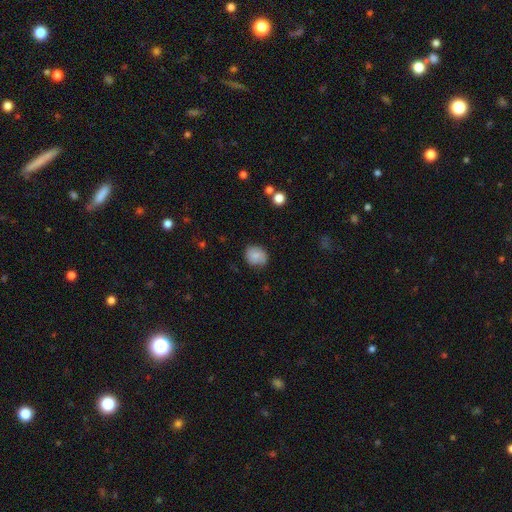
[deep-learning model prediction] smooth-or-featured: smooth: 79% | featured or disk: 13% | star or artifact: 8%
  how-rounded: round: 67% | in between: 32% | cigar-shaped: 1%
  merging: none: 79% | minor disturbance: 17% | major disturbance: 3% | merger: 1%